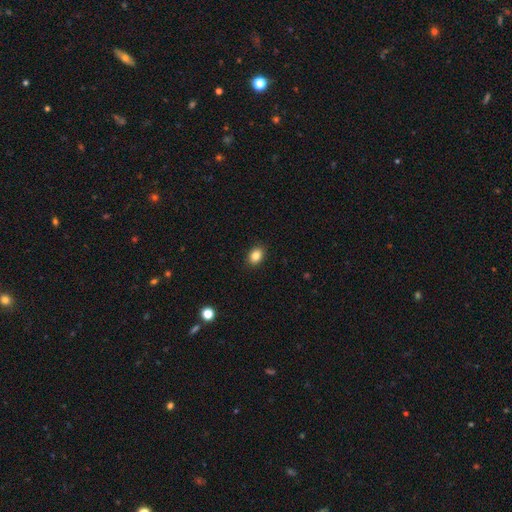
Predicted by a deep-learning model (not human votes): The model was most divided on "how rounded": in between: 69%, round: 30%, cigar-shaped: 1%. More confident: merging — none (89%); smooth or featured — smooth (85%).